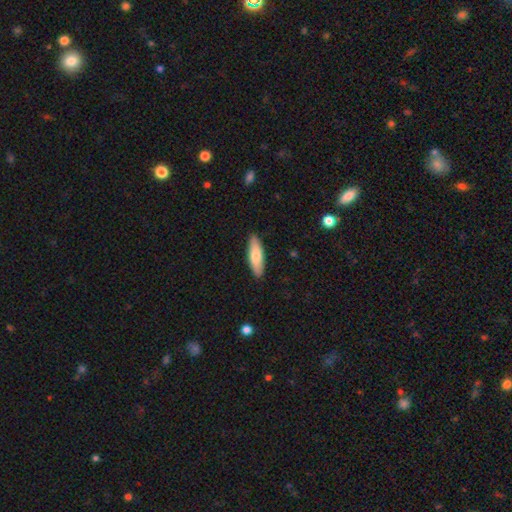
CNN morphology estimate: smooth_or_featured: smooth (p=0.77) [alt: featured or disk p=0.18]
how_rounded: cigar-shaped (p=0.53) [alt: in between p=0.45]
merging: none (p=0.89) [alt: minor disturbance p=0.08]